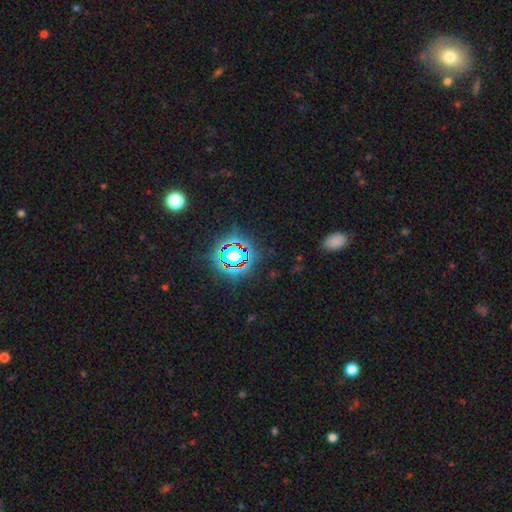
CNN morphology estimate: Smooth or featured: star or artifact — 77% (smooth — 14%)